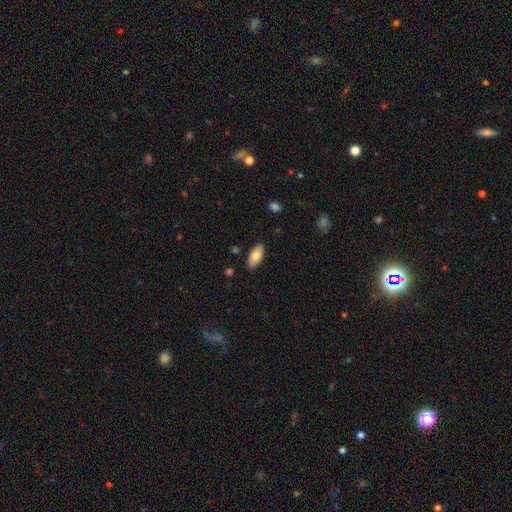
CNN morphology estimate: smooth 77%, featured or disk 17%, star or artifact 6%. Down the decision tree: how rounded — in between (90%); merging — none (87%).